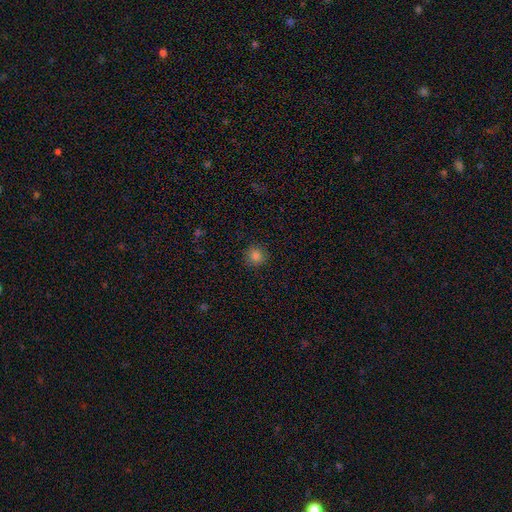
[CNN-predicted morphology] Smooth or featured: smooth — 83% (star or artifact — 13%)
How rounded: round — 91% (in between — 8%)
Merging: none — 90% (minor disturbance — 7%)